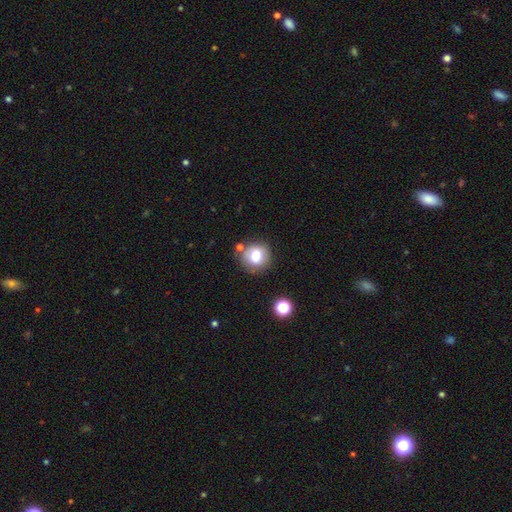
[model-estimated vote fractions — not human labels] This appears to be a smooth galaxy with no disk features (76%) that is round (87%). Merging: none (77%).